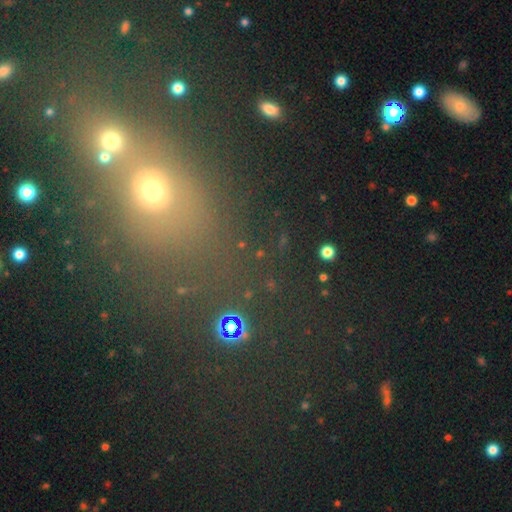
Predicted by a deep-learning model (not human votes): Smooth or featured? Predicted: star or artifact (p=0.48).